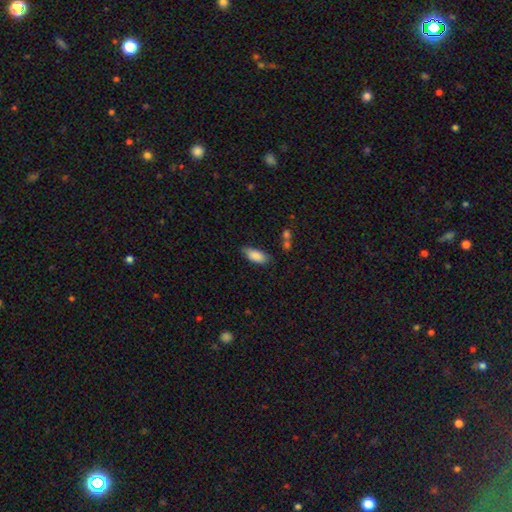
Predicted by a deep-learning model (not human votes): Smooth or featured?
  - smooth: 86% *
  - featured or disk: 7%
  - star or artifact: 7%
How rounded?
  - in between: 85% *
  - cigar-shaped: 13%
  - round: 2%
Merging?
  - none: 66% *
  - minor disturbance: 26%
  - major disturbance: 5%
  - merger: 3%